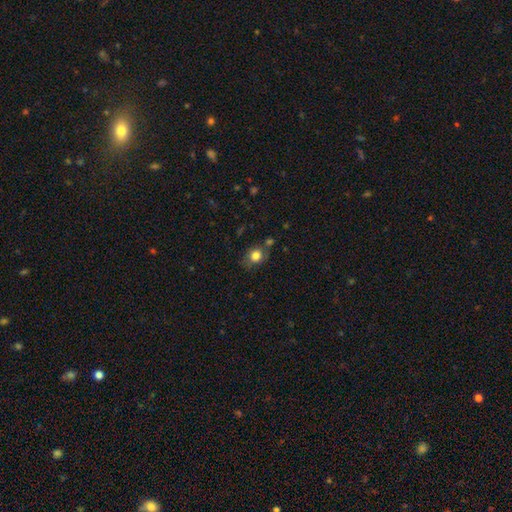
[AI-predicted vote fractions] Smooth or featured? Predicted: smooth (p=0.81). How rounded? Predicted: round (p=0.59). Merging? Predicted: none (p=0.66).